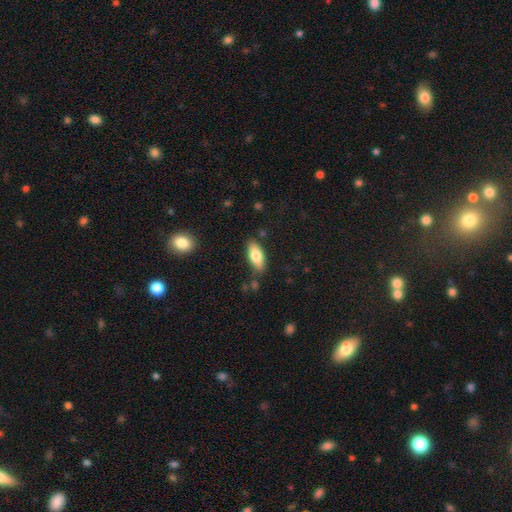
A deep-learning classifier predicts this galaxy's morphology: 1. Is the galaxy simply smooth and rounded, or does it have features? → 76% smooth, 18% featured or disk, 6% star or artifact.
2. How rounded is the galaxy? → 84% in between, 13% cigar-shaped, 3% round.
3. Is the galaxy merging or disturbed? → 82% none, 13% minor disturbance, 3% merger, 3% major disturbance.